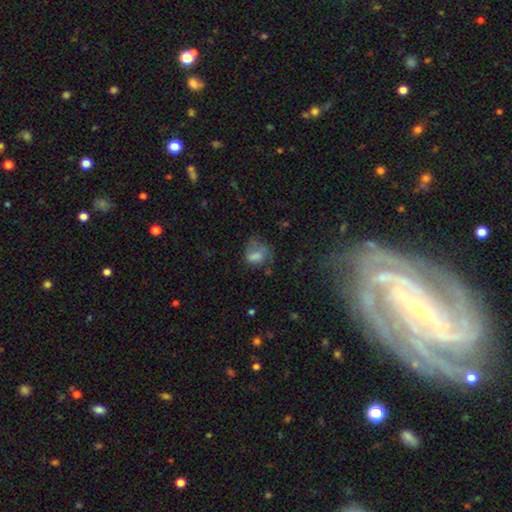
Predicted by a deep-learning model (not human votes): Morphology: type=smooth (68%); roundness=in between (57%); merging=none (34%).